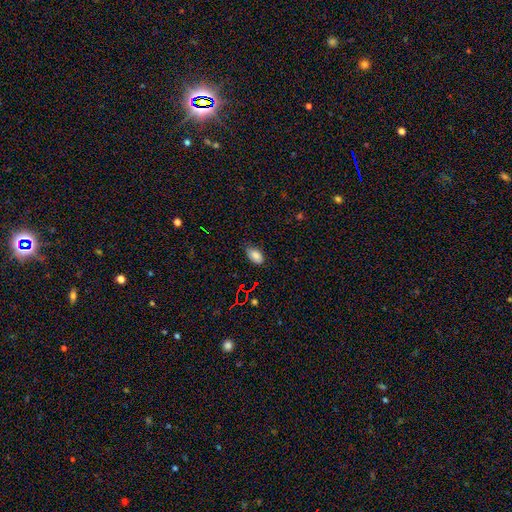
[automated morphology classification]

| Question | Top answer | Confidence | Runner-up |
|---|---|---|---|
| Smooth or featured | smooth | 83% | star or artifact (10%) |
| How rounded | in between | 92% | round (6%) |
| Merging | none | 73% | minor disturbance (22%) |